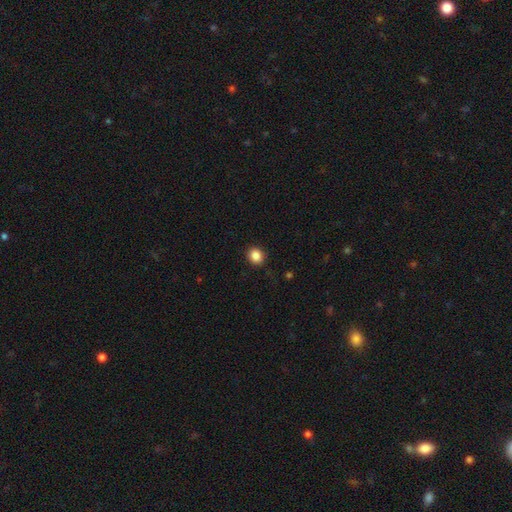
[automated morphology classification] Smooth or featured? Predicted: smooth (p=0.87). How rounded? Predicted: round (p=0.74). Merging? Predicted: none (p=0.90).